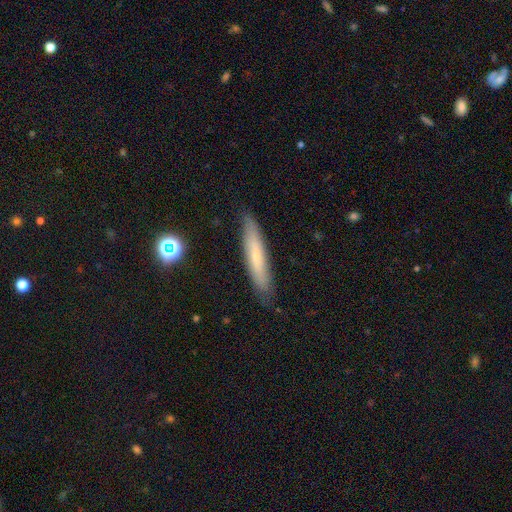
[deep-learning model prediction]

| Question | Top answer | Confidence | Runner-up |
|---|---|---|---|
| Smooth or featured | smooth | 62% | featured or disk (30%) |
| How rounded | cigar-shaped | 90% | in between (8%) |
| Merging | none | 85% | minor disturbance (12%) |